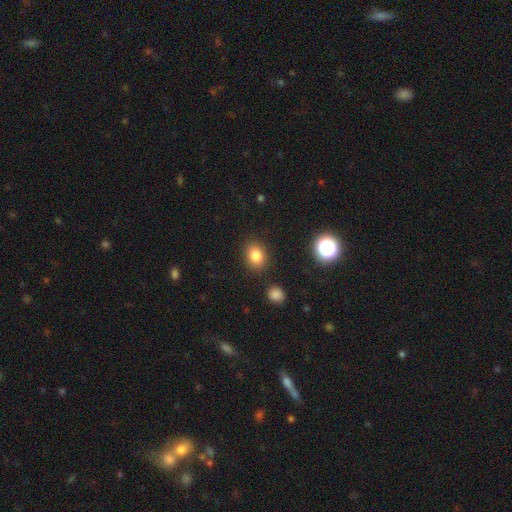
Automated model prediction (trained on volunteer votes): Overall: smooth (82%). How rounded: in between (53%; round 46%). Merging: none (85%).